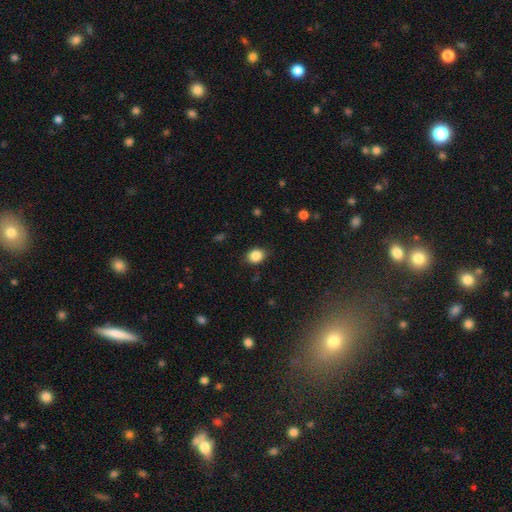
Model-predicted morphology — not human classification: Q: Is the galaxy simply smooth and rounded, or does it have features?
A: smooth — 86%.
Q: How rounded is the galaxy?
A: round — 50%.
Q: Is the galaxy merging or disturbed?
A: none — 85%.